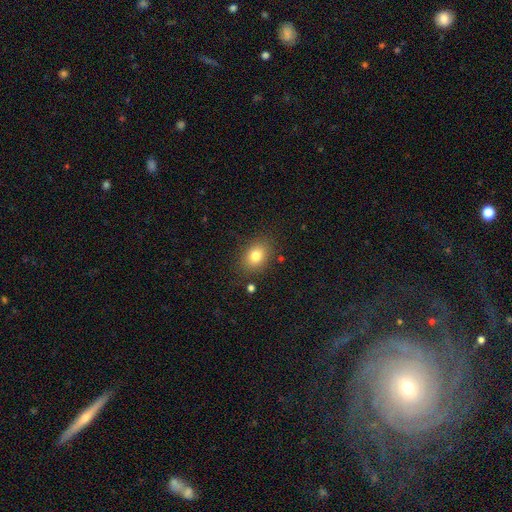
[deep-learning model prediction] The model was most divided on "how rounded": in between: 67%, round: 32%, cigar-shaped: 1%. More confident: merging — none (83%); smooth or featured — smooth (80%).